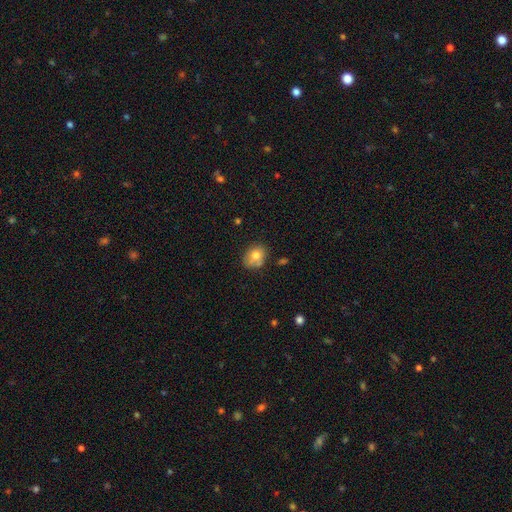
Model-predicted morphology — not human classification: A smooth galaxy with no disk features (75%) that is in between round and cigar-shaped (53%). Merging: none (64%).